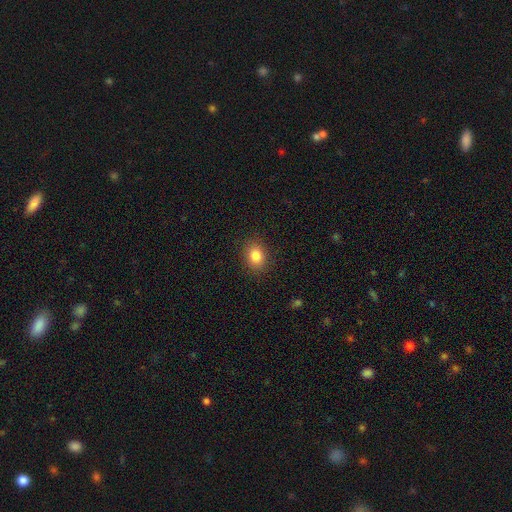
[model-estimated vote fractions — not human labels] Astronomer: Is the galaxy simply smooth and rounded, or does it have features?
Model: smooth — 83%.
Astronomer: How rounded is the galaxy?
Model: in between — 56% (runner-up: round, 43%).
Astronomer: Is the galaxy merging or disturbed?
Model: none — 89%.